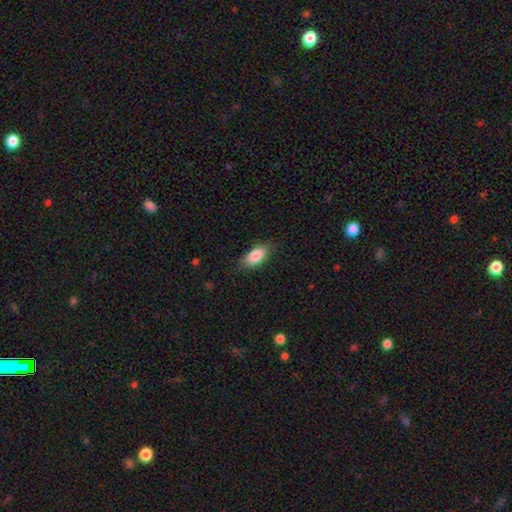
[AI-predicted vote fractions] smooth-or-featured: smooth: 85% | featured or disk: 9% | star or artifact: 6%
  how-rounded: in between: 88% | cigar-shaped: 9% | round: 3%
  merging: none: 81% | minor disturbance: 15% | major disturbance: 3% | merger: 1%